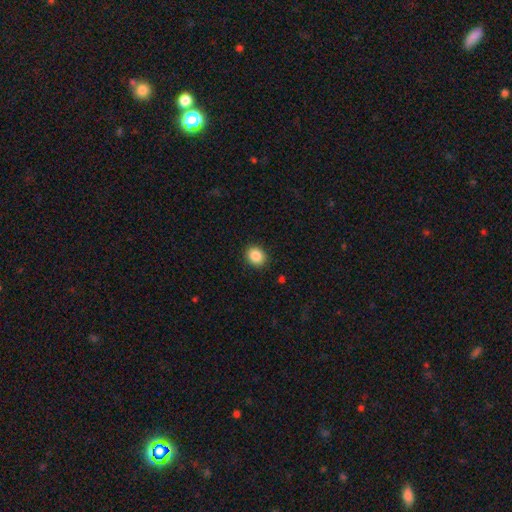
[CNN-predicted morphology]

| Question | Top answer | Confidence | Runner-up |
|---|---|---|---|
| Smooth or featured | smooth | 87% | star or artifact (9%) |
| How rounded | round | 67% | in between (32%) |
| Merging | none | 90% | minor disturbance (7%) |